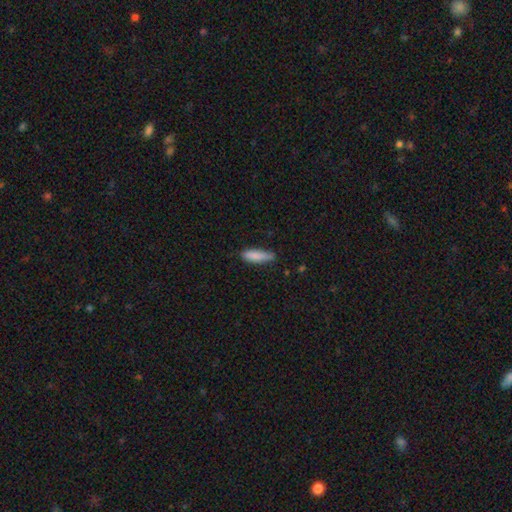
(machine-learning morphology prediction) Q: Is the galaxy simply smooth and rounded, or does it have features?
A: smooth — 86%.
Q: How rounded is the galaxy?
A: cigar-shaped — 60%.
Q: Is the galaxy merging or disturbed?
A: none — 71%.